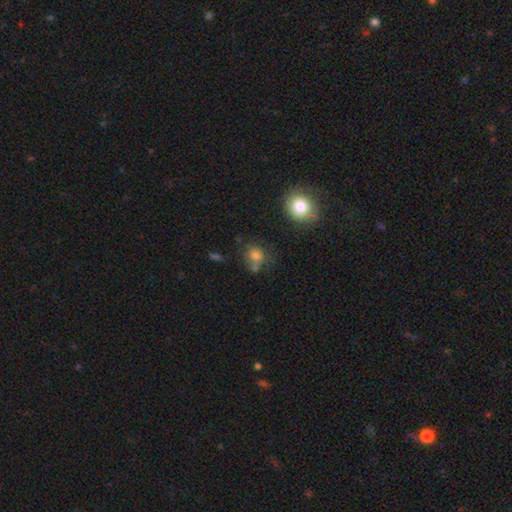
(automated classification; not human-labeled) Smooth or featured: smooth — 77% (star or artifact — 14%)
How rounded: round — 70% (in between — 28%)
Merging: none — 58% (minor disturbance — 18%)